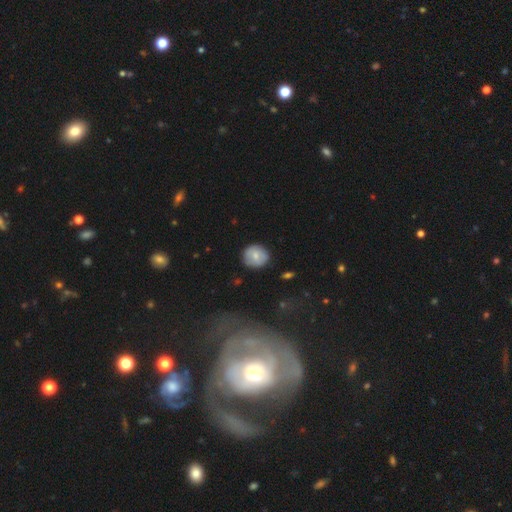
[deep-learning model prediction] This appears to be a smooth galaxy with no disk features (69%) that is round (83%). Merging: none (84%).